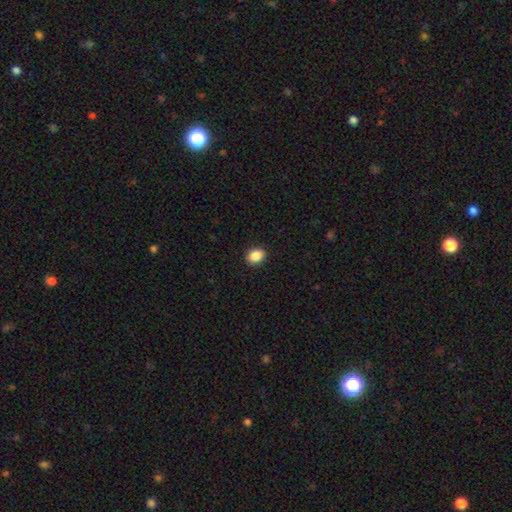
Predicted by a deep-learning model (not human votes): smooth_or_featured: smooth (p=0.88) [alt: star or artifact p=0.08]
how_rounded: in between (p=0.59) [alt: round p=0.40]
merging: none (p=0.91) [alt: minor disturbance p=0.07]